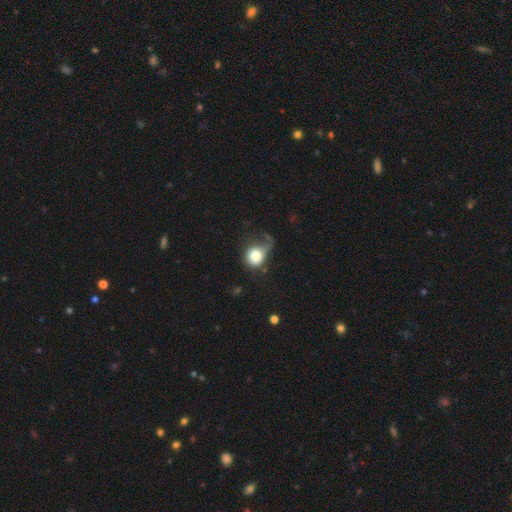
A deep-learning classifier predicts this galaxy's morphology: A smooth galaxy with no disk features (74%) that is round (72%).

Vote fractions:
- Smooth or featured? smooth: 74% / featured or disk: 17% / star or artifact: 9%
- How rounded? round: 72% / in between: 27% / cigar-shaped: 1%
- Merging? major disturbance: 41% / minor disturbance: 27% / none: 26% / merger: 5%